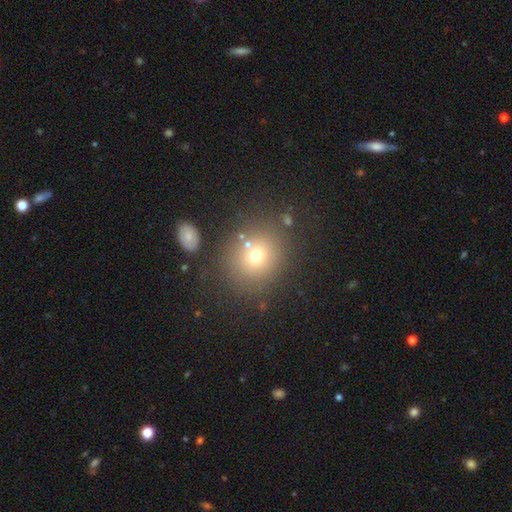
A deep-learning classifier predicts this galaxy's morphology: Smooth or featured: smooth — 70% (star or artifact — 17%)
How rounded: round — 77% (in between — 22%)
Merging: none — 77% (minor disturbance — 10%)